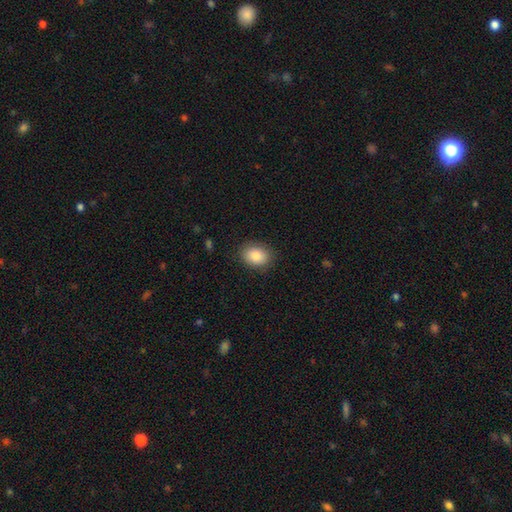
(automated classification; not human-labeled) Q: Smooth or featured?
A: smooth (86%); runner-up: star or artifact (8%)
Q: How rounded?
A: in between (64%); runner-up: round (35%)
Q: Merging?
A: none (86%); runner-up: minor disturbance (10%)